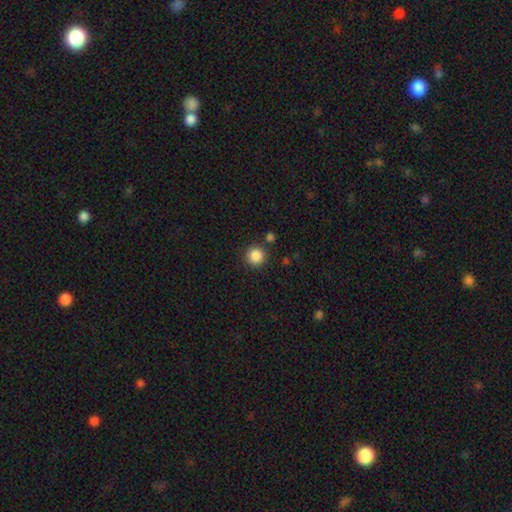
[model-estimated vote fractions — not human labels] Q: Smooth or featured?
A: smooth (86%); runner-up: star or artifact (10%)
Q: How rounded?
A: round (94%); runner-up: in between (5%)
Q: Merging?
A: none (85%); runner-up: minor disturbance (7%)